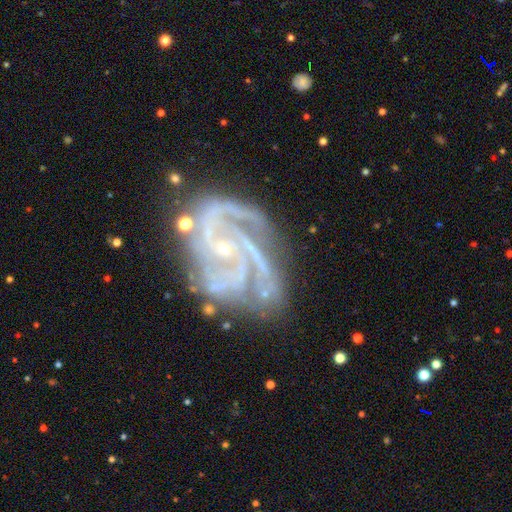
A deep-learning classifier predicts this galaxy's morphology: Smooth or featured? Predicted: featured or disk (p=0.90). Edge-on disk? Predicted: no (p=0.98). Bar? Predicted: no (p=0.66). Spiral arms? Predicted: yes (p=0.98). Spiral winding? Predicted: tight (p=0.52). Spiral arm count? Predicted: 3 (p=0.38). Bulge size? Predicted: small (p=0.85). Merging? Predicted: none (p=0.59).